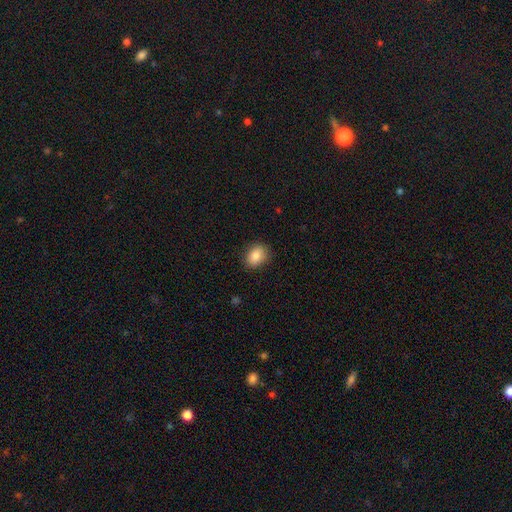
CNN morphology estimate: Smooth or featured? smooth (86%)
How rounded? in between (68%)
Merging? none (85%)